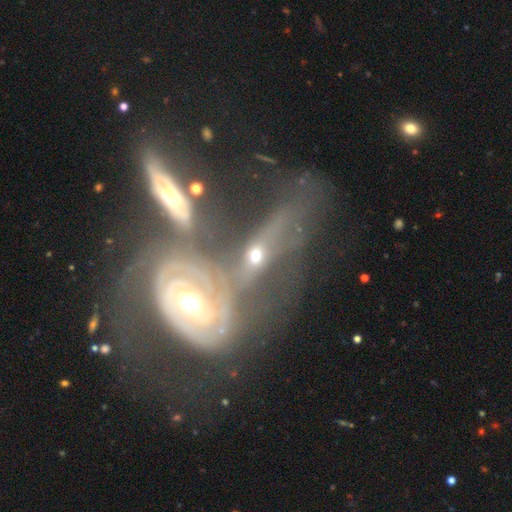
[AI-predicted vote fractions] Smooth or featured: featured or disk — 82% (smooth — 11%)
Edge-on disk: no — 84% (yes — 16%)
Bar: no — 67% (weak — 22%)
Spiral arms: yes — 87% (no — 13%)
Spiral winding: tight — 66% (medium — 24%)
Spiral arm count: 2 — 38% (can't tell — 33%)
Bulge size: moderate — 69% (small — 20%)
Merging: merger — 56% (none — 19%)